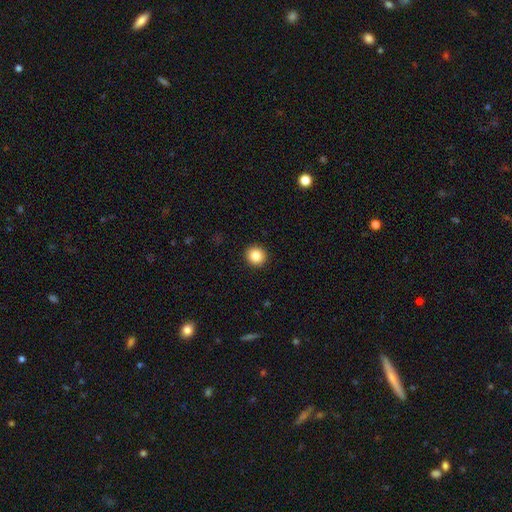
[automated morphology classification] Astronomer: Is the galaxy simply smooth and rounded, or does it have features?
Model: smooth — 86%.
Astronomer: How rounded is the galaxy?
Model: round — 92%.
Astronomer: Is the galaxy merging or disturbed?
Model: none — 93%.